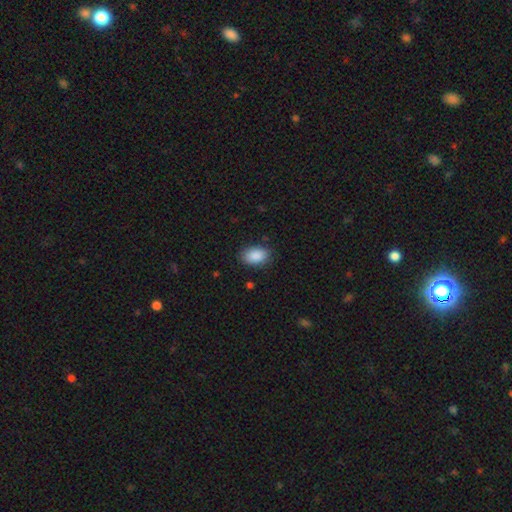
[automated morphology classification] type=smooth (89%); roundness=in between (90%); merging=none (84%).